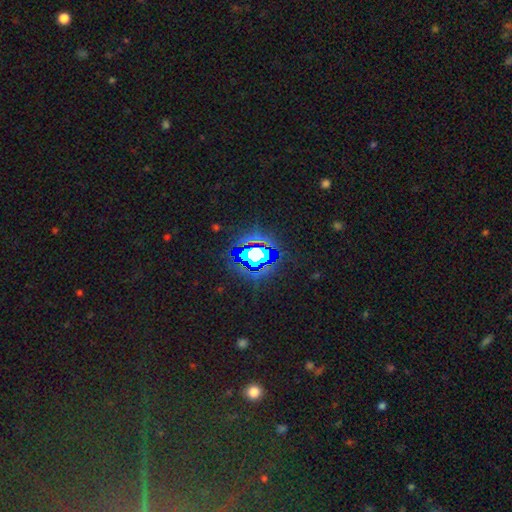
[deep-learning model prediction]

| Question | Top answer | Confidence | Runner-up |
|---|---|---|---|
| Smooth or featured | star or artifact | 70% | smooth (16%) |